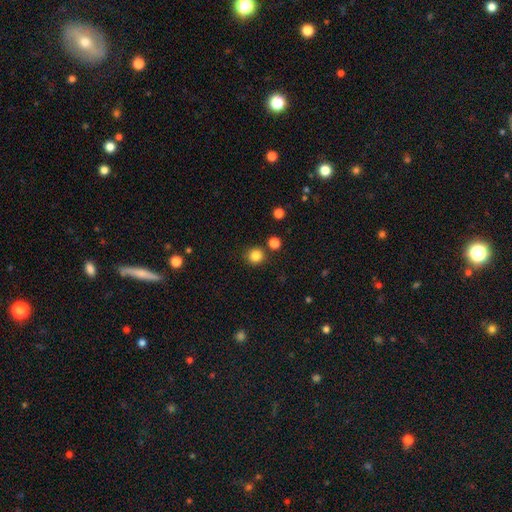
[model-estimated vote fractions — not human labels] Smooth or featured: smooth — 84% (star or artifact — 12%)
How rounded: round — 92% (in between — 7%)
Merging: none — 85% (minor disturbance — 7%)